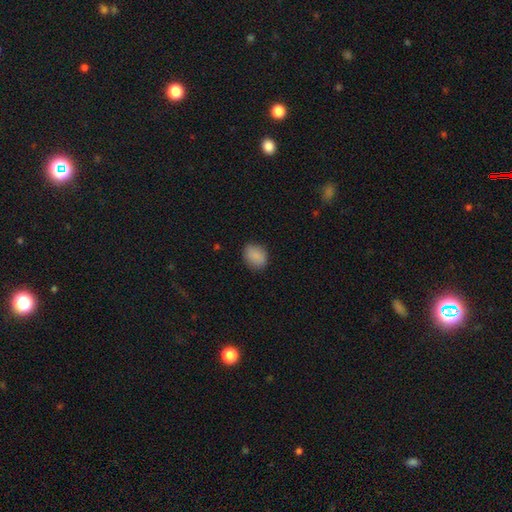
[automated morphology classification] Smooth or featured: smooth — 88% (star or artifact — 8%)
How rounded: in between — 57% (round — 42%)
Merging: none — 82% (minor disturbance — 14%)